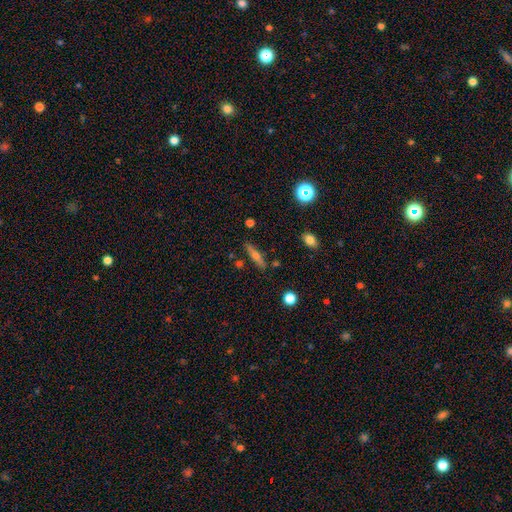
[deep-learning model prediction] Morphology: type=featured or disk (48%); merging=none (84%).